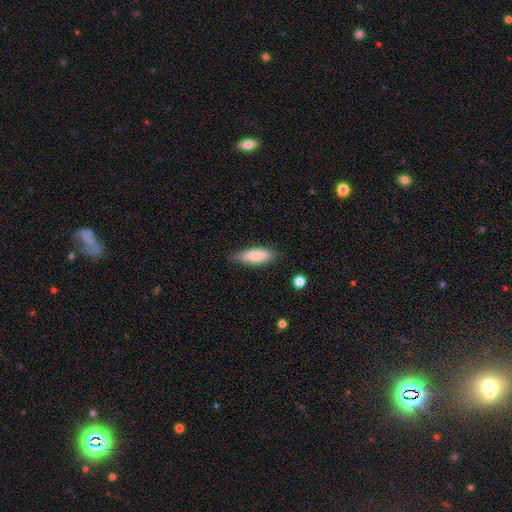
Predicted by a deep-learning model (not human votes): smooth_or_featured: smooth (p=0.80) [alt: featured or disk p=0.13]
how_rounded: in between (p=0.69) [alt: cigar-shaped p=0.29]
merging: none (p=0.77) [alt: minor disturbance p=0.18]